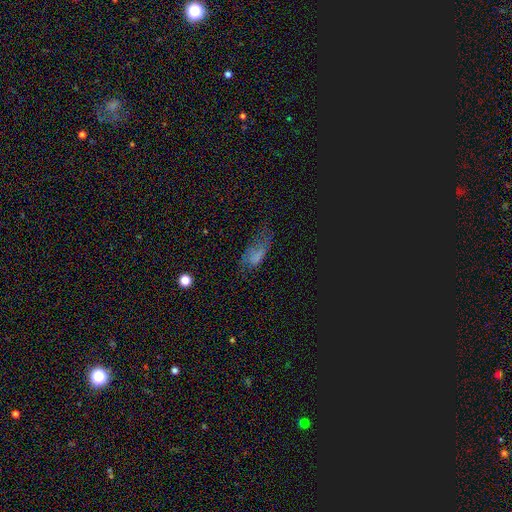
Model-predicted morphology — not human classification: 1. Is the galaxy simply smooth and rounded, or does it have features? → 56% smooth, 25% featured or disk, 19% star or artifact.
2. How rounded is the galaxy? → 81% in between, 14% cigar-shaped, 5% round.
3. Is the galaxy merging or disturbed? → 36% none, 33% major disturbance, 27% minor disturbance, 3% merger.